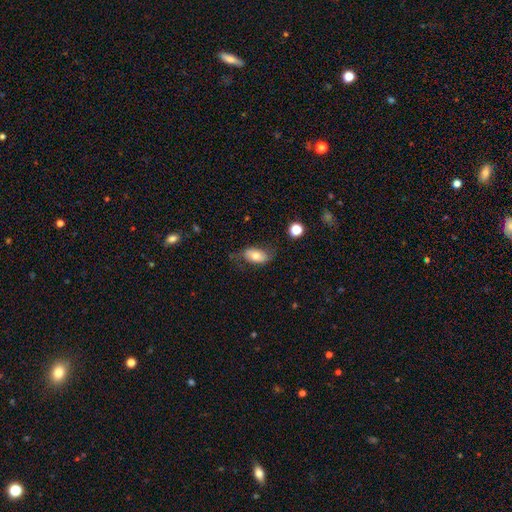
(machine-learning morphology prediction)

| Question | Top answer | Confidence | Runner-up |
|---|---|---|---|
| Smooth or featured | smooth | 63% | featured or disk (28%) |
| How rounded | in between | 90% | round (6%) |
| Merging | none | 58% | minor disturbance (26%) |